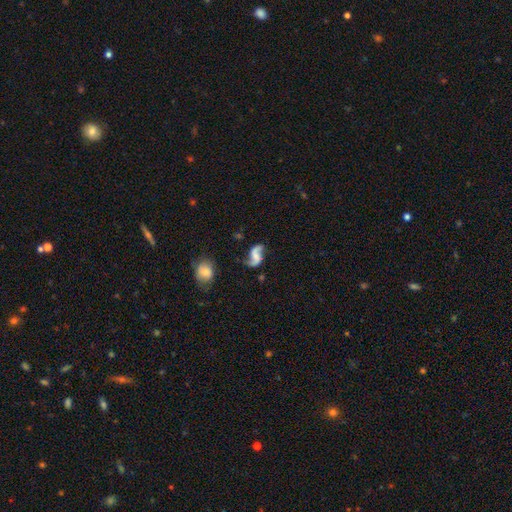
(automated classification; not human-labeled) This appears to be a featured or disk galaxy (85%) with no bar (43%), 2 (92%) loose (78%) spiral arms (96%) and no central bulge (56%). Merging: none (70%).